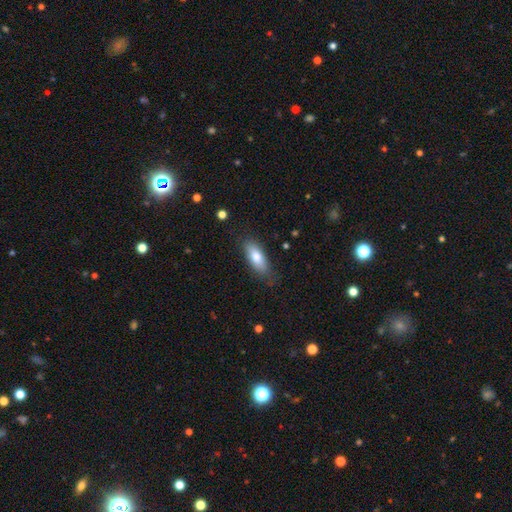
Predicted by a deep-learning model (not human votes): Morphology: type=smooth (78%); roundness=in between (77%); merging=none (76%).